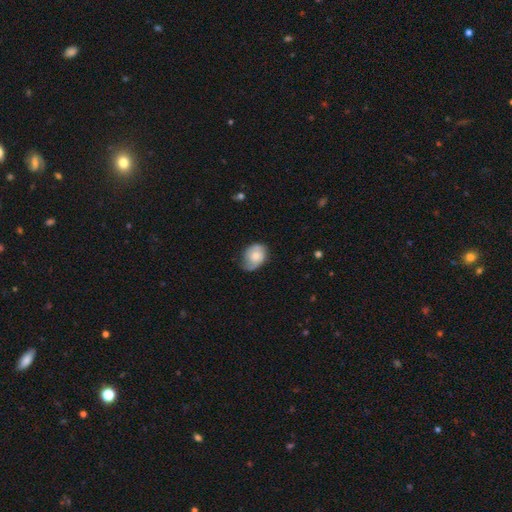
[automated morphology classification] type=smooth (48%); merging=none (55%).